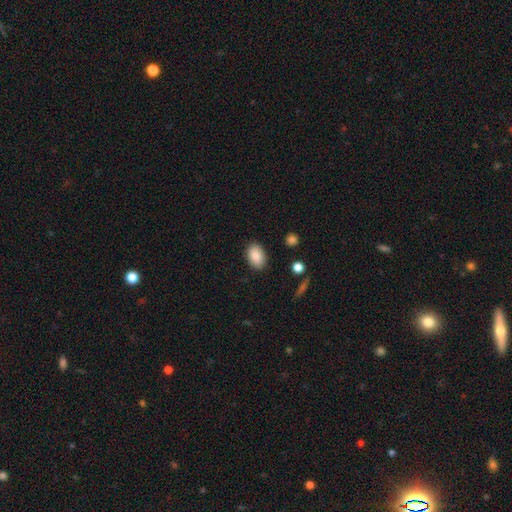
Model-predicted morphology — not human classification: Overall: smooth (88%). How rounded: in between (88%). Merging: none (86%).